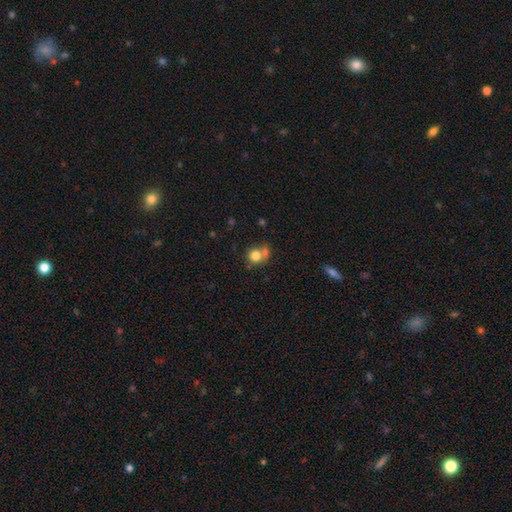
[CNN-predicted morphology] The model was most divided on "merging": none: 46%, merger: 32%, minor disturbance: 14%, major disturbance: 8%. More confident: how rounded — round (83%); smooth or featured — smooth (78%).